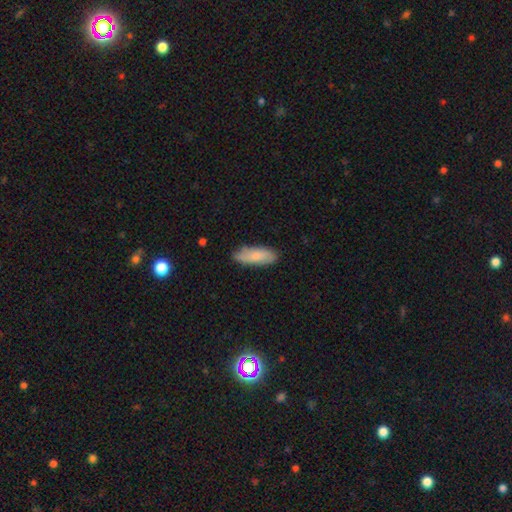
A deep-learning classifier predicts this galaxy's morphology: Q: Smooth or featured?
A: smooth (76%); runner-up: featured or disk (18%)
Q: How rounded?
A: in between (67%); runner-up: cigar-shaped (31%)
Q: Merging?
A: none (79%); runner-up: minor disturbance (17%)